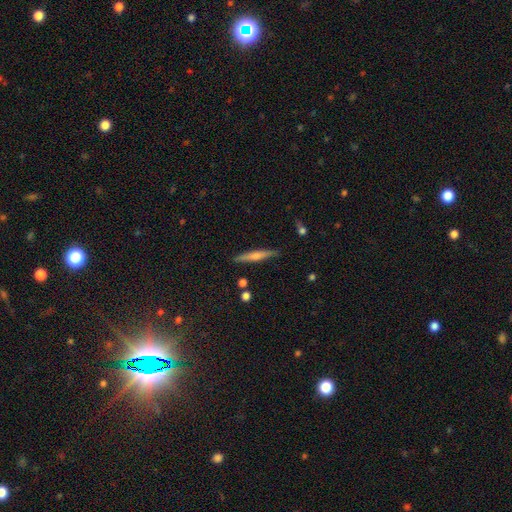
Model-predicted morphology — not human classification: featured or disk 52%, smooth 41%, star or artifact 7%. Down the decision tree: edge-on disk — yes (96%); merging — none (89%).